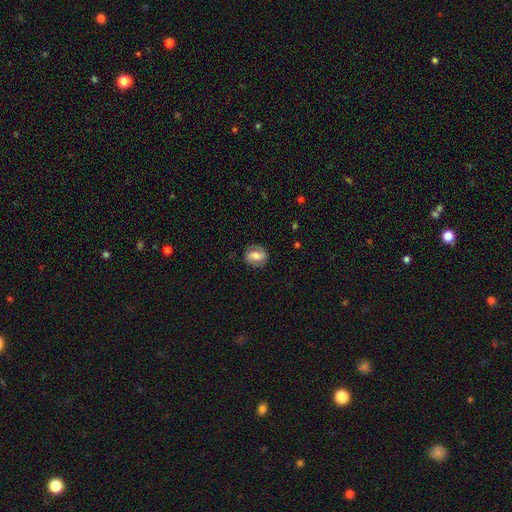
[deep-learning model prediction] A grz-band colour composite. It shows a featured or disk galaxy (51%). Merging: none (80%).